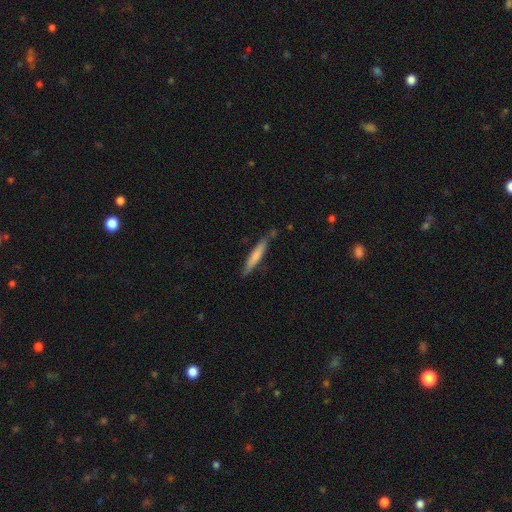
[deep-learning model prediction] Overall: smooth (68%). How rounded: cigar-shaped (93%). Merging: none (79%).